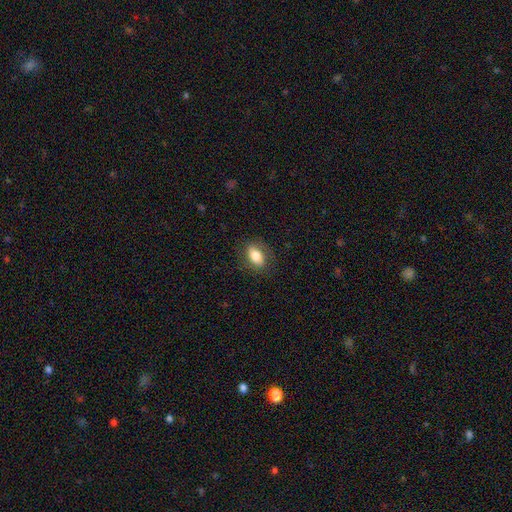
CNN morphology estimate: Smooth or featured?
  - smooth: 75% *
  - featured or disk: 17%
  - star or artifact: 8%
How rounded?
  - in between: 85% *
  - round: 11%
  - cigar-shaped: 4%
Merging?
  - none: 80% *
  - minor disturbance: 14%
  - major disturbance: 5%
  - merger: 1%